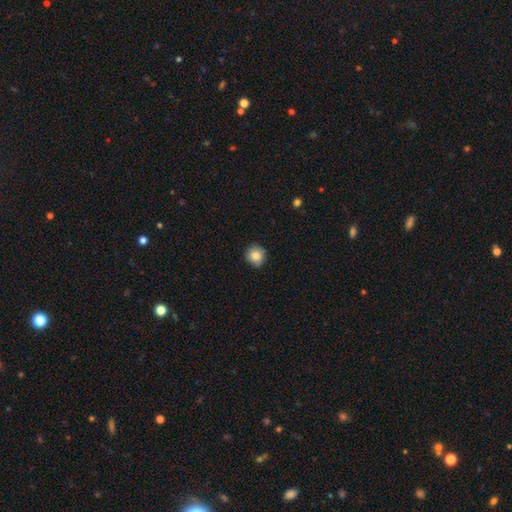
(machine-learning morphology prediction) smooth-or-featured: smooth: 84% | star or artifact: 9% | featured or disk: 7%
  how-rounded: round: 90% | in between: 9% | cigar-shaped: 1%
  merging: none: 88% | minor disturbance: 10% | major disturbance: 2% | merger: 1%